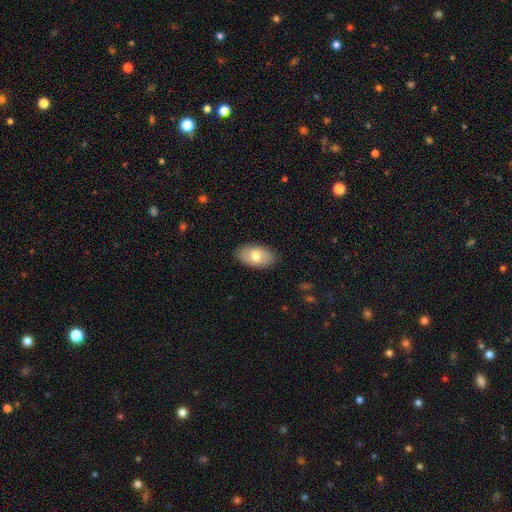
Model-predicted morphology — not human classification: smooth-or-featured: smooth: 75% | featured or disk: 19% | star or artifact: 6%
  how-rounded: in between: 93% | round: 5% | cigar-shaped: 1%
  merging: none: 86% | minor disturbance: 11% | major disturbance: 2% | merger: 1%